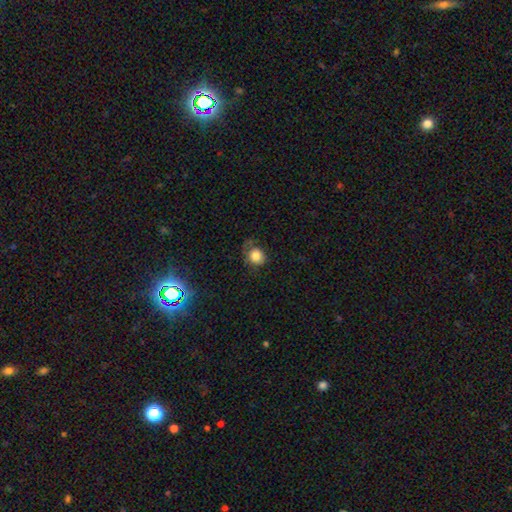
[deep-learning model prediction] The model was most divided on "merging": none: 53%, minor disturbance: 27%, major disturbance: 17%, merger: 2%. More confident: smooth or featured — smooth (79%); how rounded — round (71%).